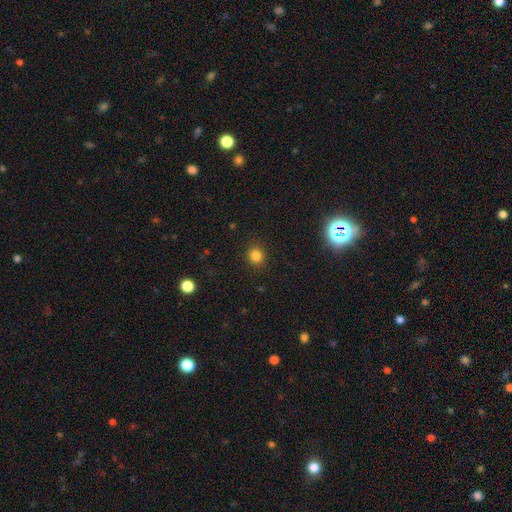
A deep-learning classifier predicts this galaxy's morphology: Smooth or featured?
  - smooth: 82% *
  - star or artifact: 13%
  - featured or disk: 4%
How rounded?
  - round: 87% *
  - in between: 12%
  - cigar-shaped: 1%
Merging?
  - none: 90% *
  - minor disturbance: 7%
  - major disturbance: 2%
  - merger: 1%